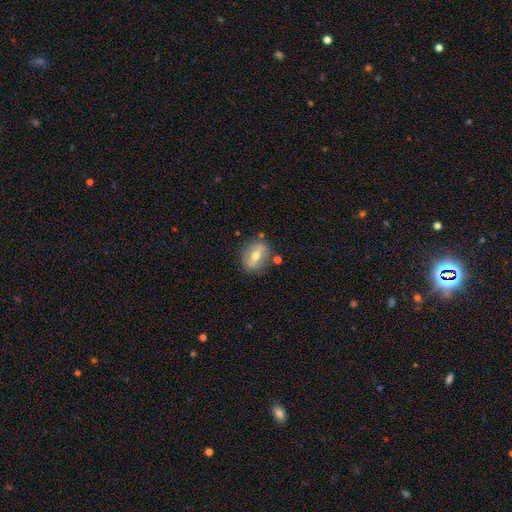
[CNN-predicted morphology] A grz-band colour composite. It shows a featured or disk galaxy (57%). Merging: none (76%).